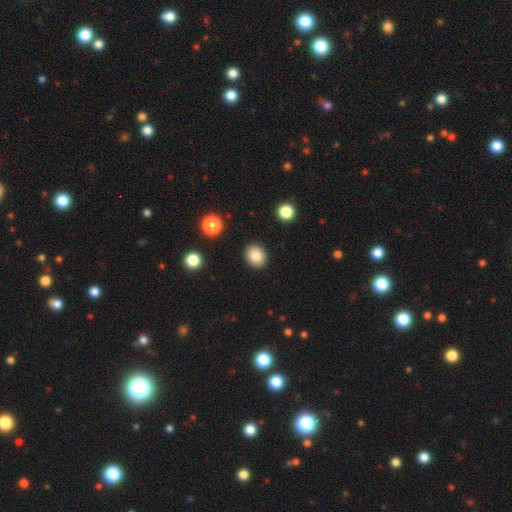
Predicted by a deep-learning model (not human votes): smooth 84%, star or artifact 9%, featured or disk 7%. Down the decision tree: how rounded — round (53%); merging — none (90%).